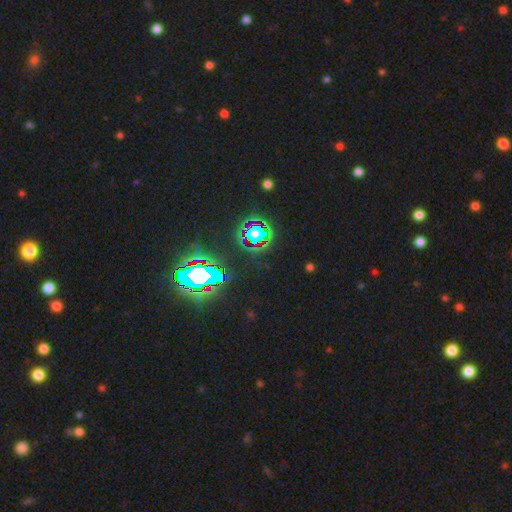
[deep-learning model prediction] Smooth or featured?
  - star or artifact: 84% *
  - smooth: 10%
  - featured or disk: 6%